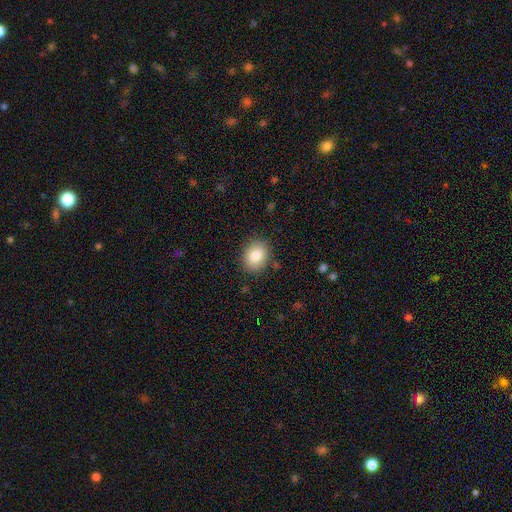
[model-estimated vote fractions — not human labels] smooth-or-featured: smooth: 84% | star or artifact: 8% | featured or disk: 8%
  how-rounded: in between: 54% | round: 46% | cigar-shaped: 1%
  merging: none: 86% | minor disturbance: 10% | major disturbance: 3% | merger: 1%